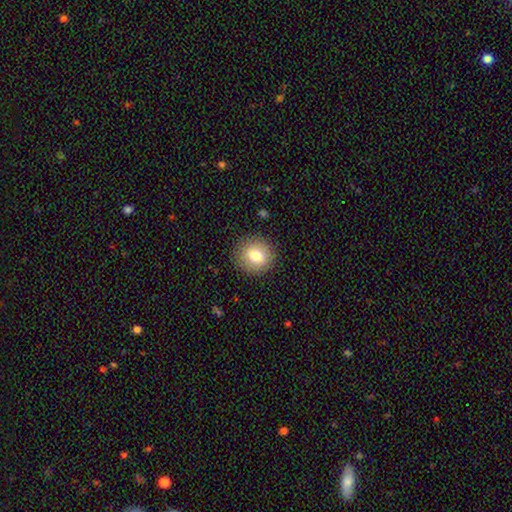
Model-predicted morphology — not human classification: Smooth or featured: smooth — 78% (featured or disk — 13%)
How rounded: round — 77% (in between — 22%)
Merging: none — 88% (minor disturbance — 8%)